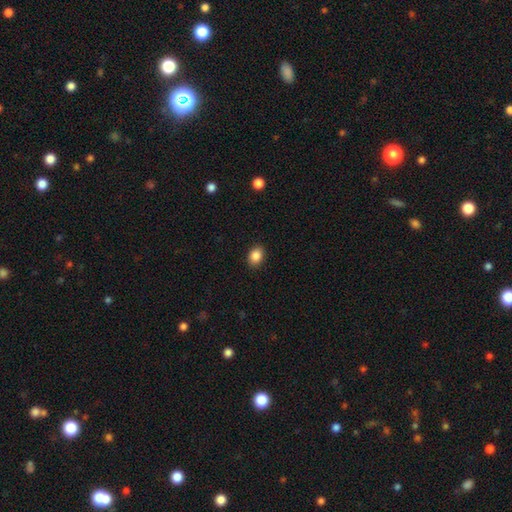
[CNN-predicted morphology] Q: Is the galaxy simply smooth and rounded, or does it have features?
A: smooth — 87%.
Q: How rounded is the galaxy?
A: in between — 67%.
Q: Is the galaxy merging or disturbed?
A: none — 89%.